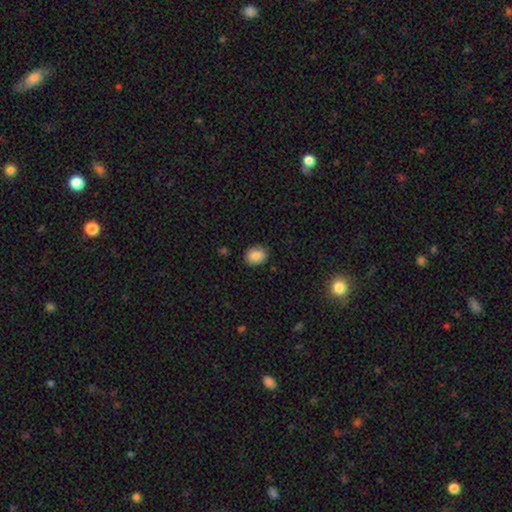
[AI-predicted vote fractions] smooth 87%, star or artifact 8%, featured or disk 5%. Down the decision tree: how rounded — in between (53%); merging — none (86%).